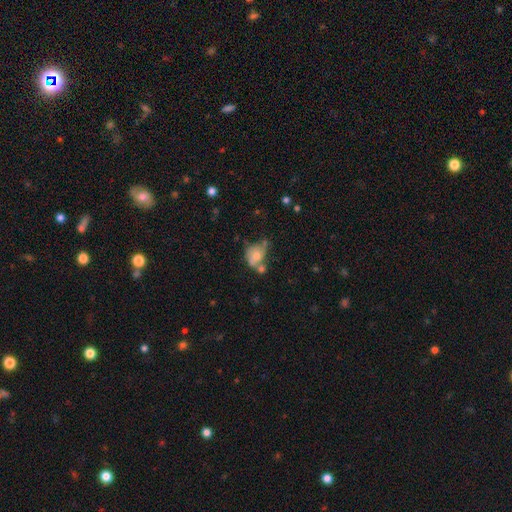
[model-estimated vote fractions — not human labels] smooth-or-featured: smooth: 59% | featured or disk: 30% | star or artifact: 10%
  how-rounded: in between: 59% | round: 39% | cigar-shaped: 2%
  merging: merger: 35% | none: 26% | minor disturbance: 23% | major disturbance: 17%